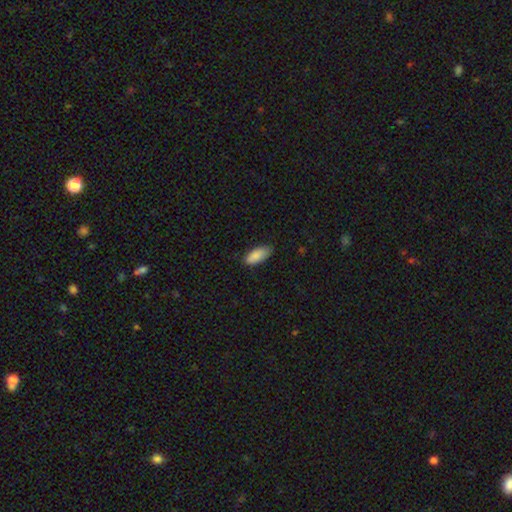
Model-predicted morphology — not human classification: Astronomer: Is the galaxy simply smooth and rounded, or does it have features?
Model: smooth — 89%.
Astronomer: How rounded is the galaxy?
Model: in between — 87%.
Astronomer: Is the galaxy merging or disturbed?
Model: none — 79%.